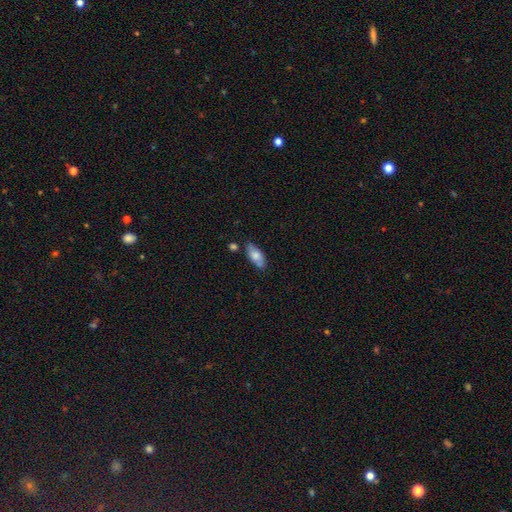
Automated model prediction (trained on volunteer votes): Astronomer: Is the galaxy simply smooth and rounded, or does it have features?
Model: smooth — 71%.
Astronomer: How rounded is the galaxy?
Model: in between — 79%.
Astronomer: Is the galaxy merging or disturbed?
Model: none — 69%.